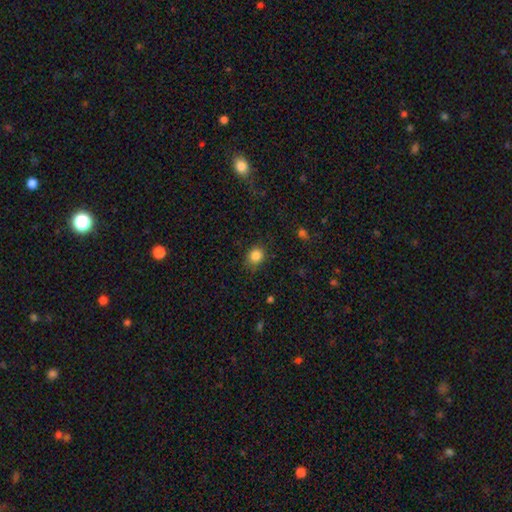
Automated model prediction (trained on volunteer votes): This is clearly a smooth galaxy (85%). How rounded: likely round (72%). Merging: clearly none (81%).